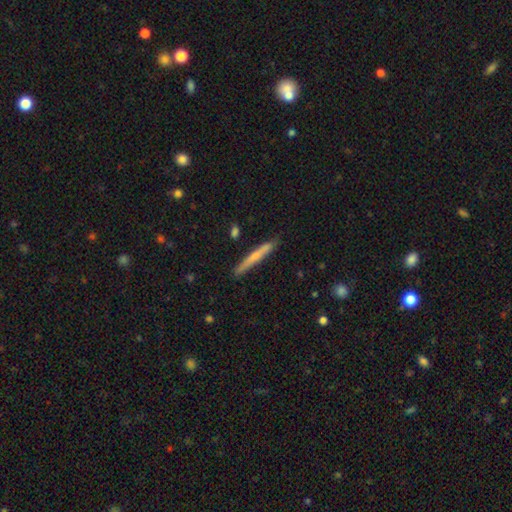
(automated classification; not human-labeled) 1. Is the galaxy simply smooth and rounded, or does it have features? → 58% smooth, 37% featured or disk, 6% star or artifact.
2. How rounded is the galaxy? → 95% cigar-shaped, 3% in between, 1% round.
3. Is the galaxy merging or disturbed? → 87% none, 10% minor disturbance, 2% major disturbance, 2% merger.